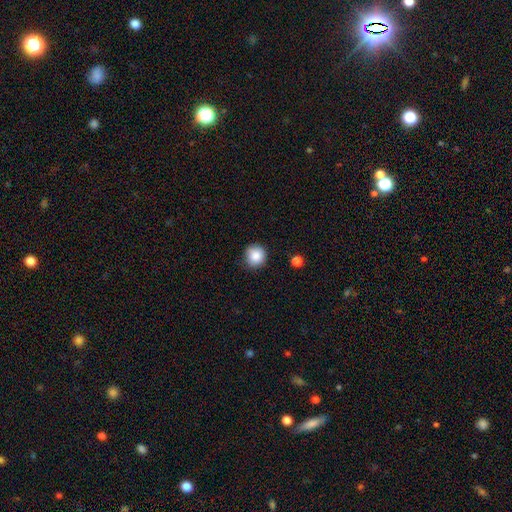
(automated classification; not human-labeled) smooth-or-featured: smooth: 86% | star or artifact: 10% | featured or disk: 4%
  how-rounded: round: 92% | in between: 7% | cigar-shaped: 1%
  merging: none: 81% | minor disturbance: 14% | major disturbance: 3% | merger: 2%